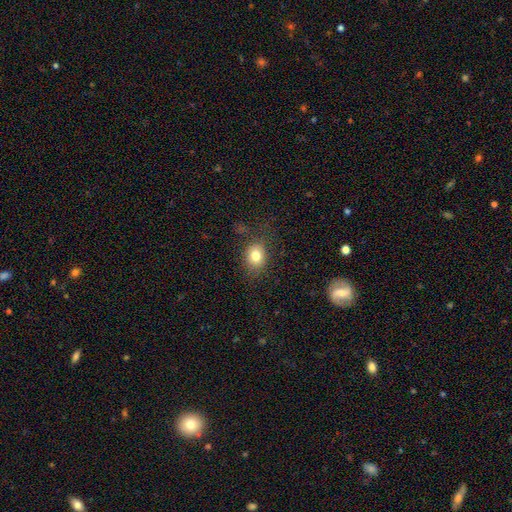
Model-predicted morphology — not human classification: Smooth or featured? Predicted: smooth (p=0.80). How rounded? Predicted: round (p=0.55). Merging? Predicted: none (p=0.75).